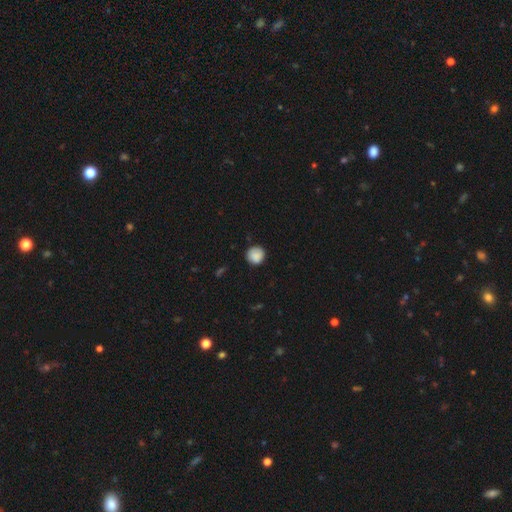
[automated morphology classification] Smooth or featured: smooth — 88% (star or artifact — 8%)
How rounded: round — 92% (in between — 7%)
Merging: none — 84% (minor disturbance — 12%)